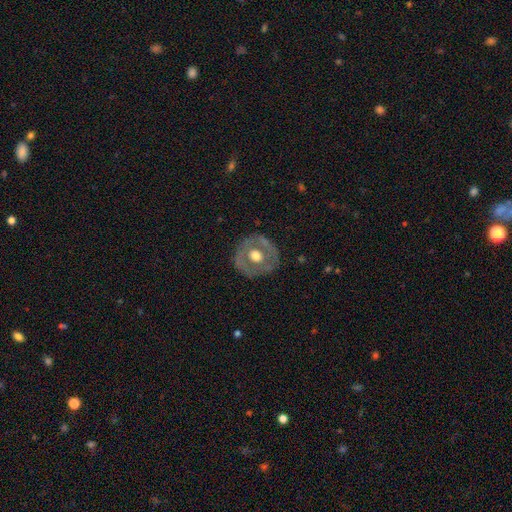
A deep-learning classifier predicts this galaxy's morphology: Overall: featured or disk (54%; smooth 40%). Edge-on disk: no (94%). Bar: no (84%). Spiral arms: no (86%). Bulge size: moderate (68%). Merging: none (79%).